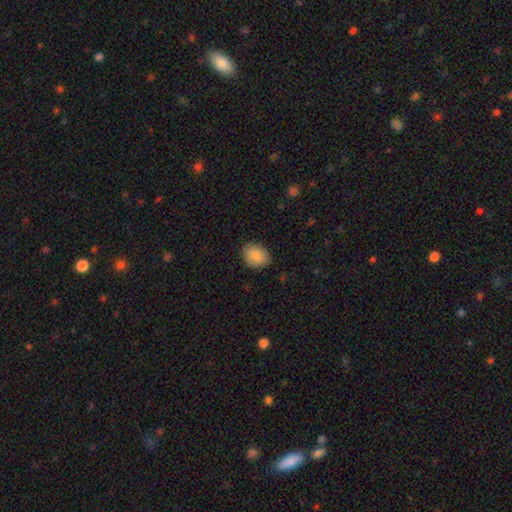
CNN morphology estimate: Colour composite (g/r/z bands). It shows a smooth galaxy with no disk features (86%) that is in between round and cigar-shaped (60%). Merging: none (83%).